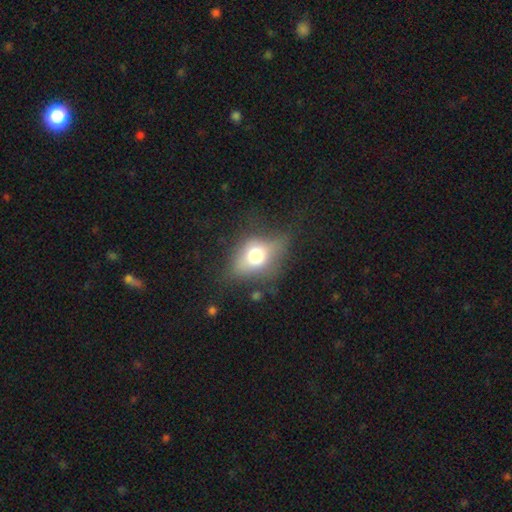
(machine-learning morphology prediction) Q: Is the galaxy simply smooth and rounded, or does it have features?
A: smooth — 60%.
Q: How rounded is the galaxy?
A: in between — 62%.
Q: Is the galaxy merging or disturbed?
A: none — 49%.